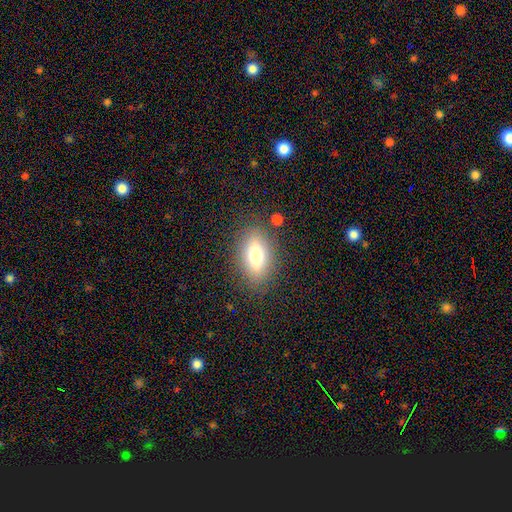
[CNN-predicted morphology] Smooth or featured: smooth — 70% (featured or disk — 20%)
How rounded: in between — 82% (cigar-shaped — 9%)
Merging: none — 81% (minor disturbance — 12%)